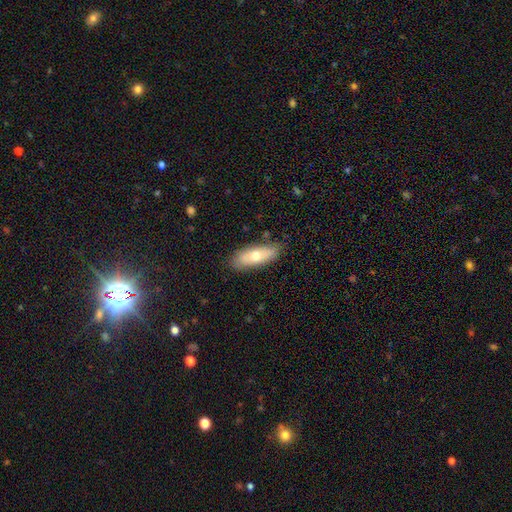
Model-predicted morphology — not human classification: This appears to be a smooth galaxy with no disk features (64%) that is in between round and cigar-shaped (66%). Merging: none (83%).